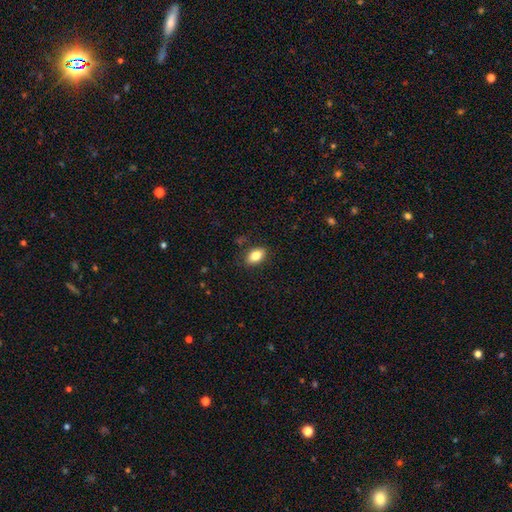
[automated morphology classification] Smooth or featured?
  - smooth: 81% *
  - featured or disk: 11%
  - star or artifact: 8%
How rounded?
  - in between: 89% *
  - round: 7%
  - cigar-shaped: 4%
Merging?
  - none: 85% *
  - minor disturbance: 11%
  - major disturbance: 3%
  - merger: 1%